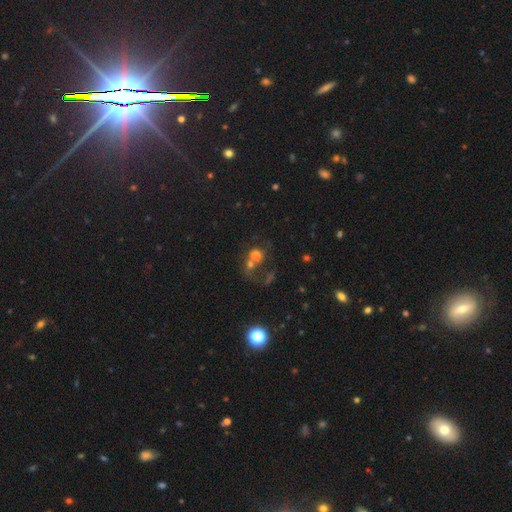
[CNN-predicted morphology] Overall: smooth (58%; featured or disk 27%). How rounded: round (71%). Merging: merger (60%).